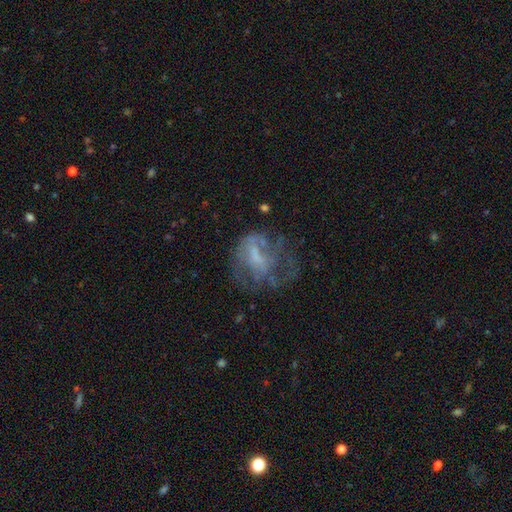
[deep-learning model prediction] Smooth or featured? featured or disk (56%)
Edge-on disk? no (97%)
Bar? no (57%)
Spiral arms? no (65%)
Bulge size? none (39%)
Merging? none (41%)